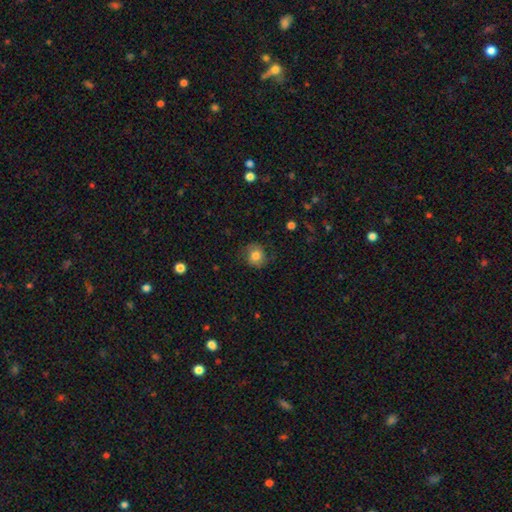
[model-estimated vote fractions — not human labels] Overall: smooth (73%). How rounded: round (81%). Merging: none (74%).